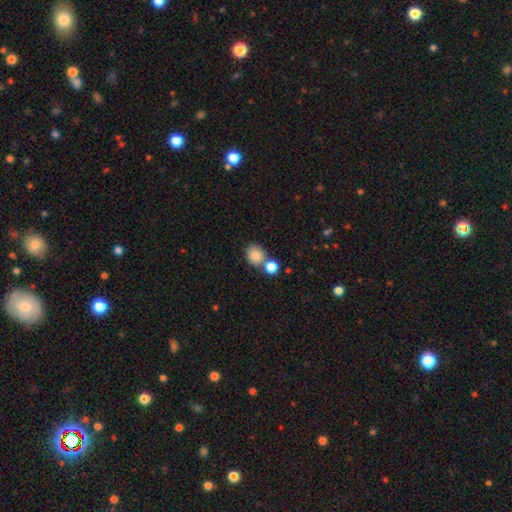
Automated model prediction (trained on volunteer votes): A smooth galaxy with no disk features (84%) that is round (78%).

Vote fractions:
- Smooth or featured? smooth: 84% / star or artifact: 10% / featured or disk: 6%
- How rounded? round: 78% / in between: 21% / cigar-shaped: 1%
- Merging? none: 56% / merger: 32% / minor disturbance: 9% / major disturbance: 3%